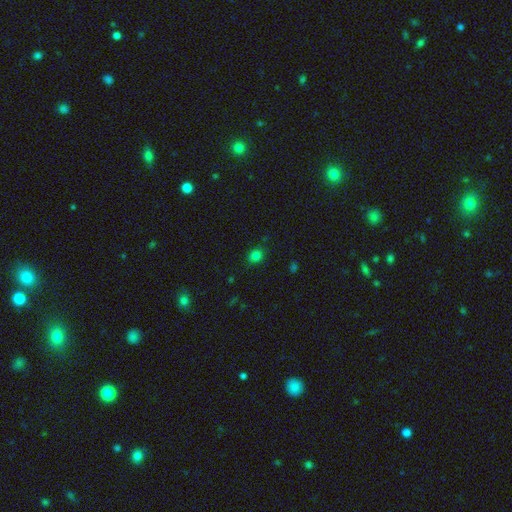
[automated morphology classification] This is likely a smooth galaxy (79%). How rounded: likely round (70%). Merging: clearly none (86%).